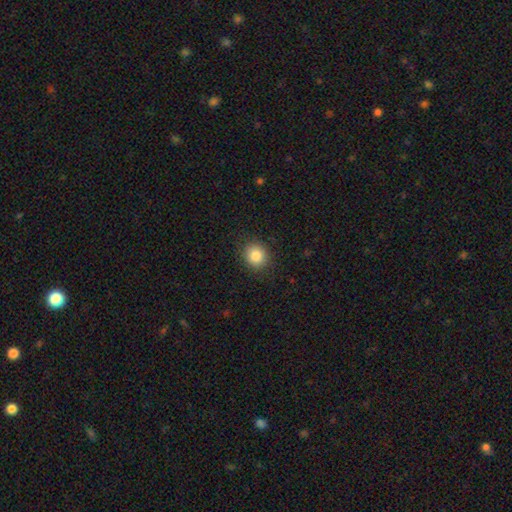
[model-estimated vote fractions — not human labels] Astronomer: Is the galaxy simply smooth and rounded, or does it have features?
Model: smooth — 85%.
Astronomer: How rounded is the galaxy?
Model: round — 78%.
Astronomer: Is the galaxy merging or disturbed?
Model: none — 88%.